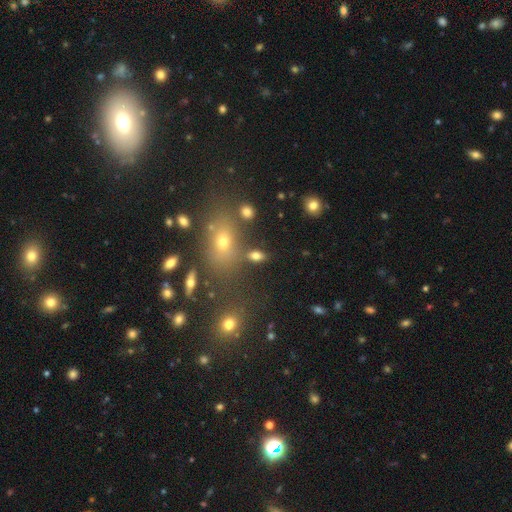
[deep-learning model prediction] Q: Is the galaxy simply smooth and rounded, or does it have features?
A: smooth — 73%.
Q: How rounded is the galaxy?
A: in between — 82%.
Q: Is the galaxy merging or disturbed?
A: none — 72%.